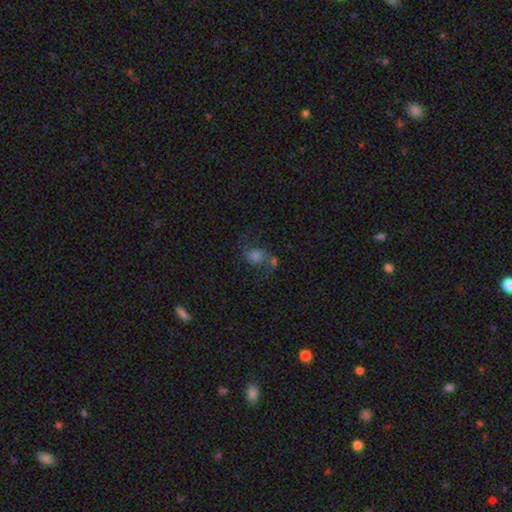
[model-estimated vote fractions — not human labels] This appears to be a featured or disk galaxy (42%). Merging: none (48%).